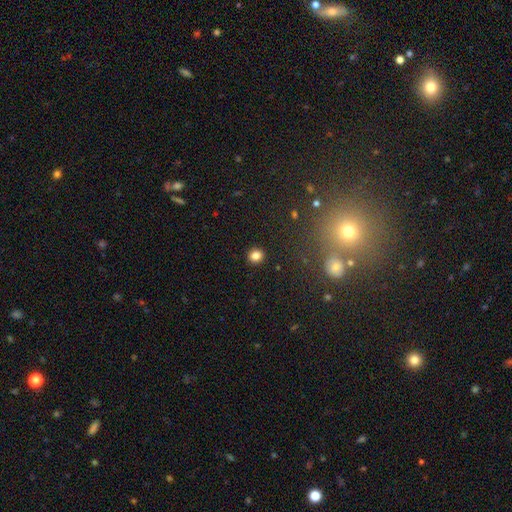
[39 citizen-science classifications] Overall: smooth (92%). How rounded: round (89%). Merging: none (97%).